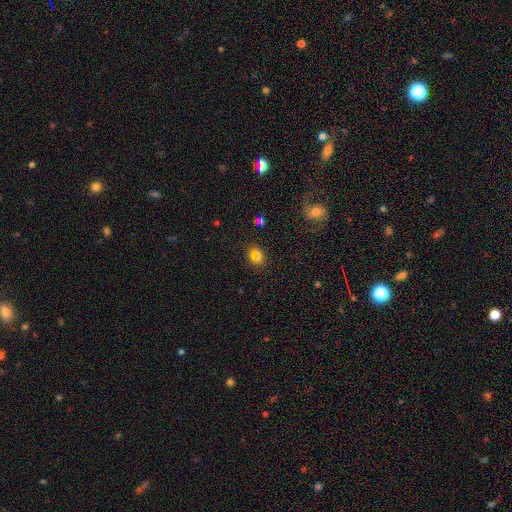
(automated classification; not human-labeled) smooth_or_featured: smooth (p=0.71) [alt: star or artifact p=0.18]
how_rounded: in between (p=0.54) [alt: round p=0.44]
merging: none (p=0.73) [alt: minor disturbance p=0.14]